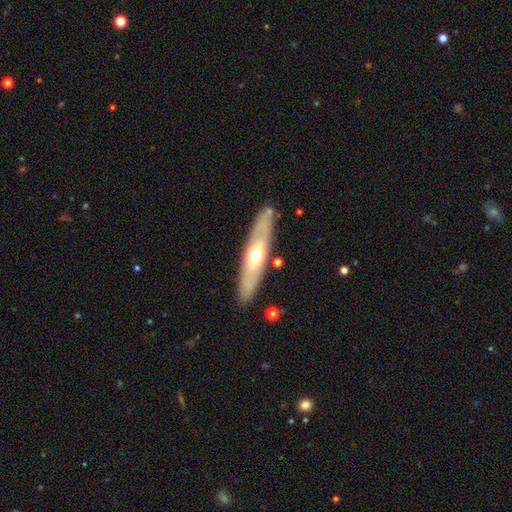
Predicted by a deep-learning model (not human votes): A featured or disk galaxy (53%) viewed edge-on (66%).

Vote fractions:
- Smooth or featured? featured or disk: 53% / smooth: 42% / star or artifact: 5%
- Edge-on disk? yes: 66% / no: 34%
- Merging? none: 85% / minor disturbance: 10% / merger: 2% / major disturbance: 2%